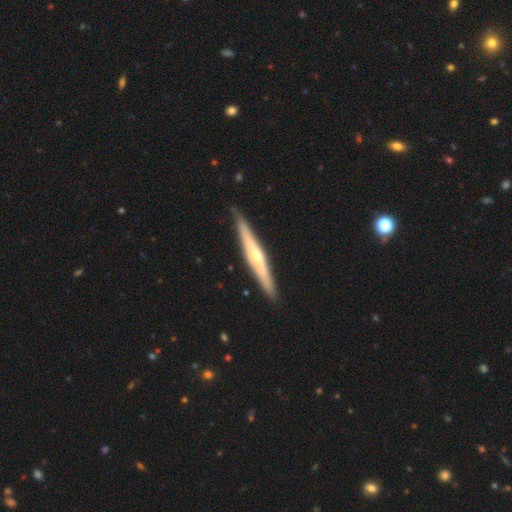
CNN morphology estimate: Smooth or featured? Predicted: featured or disk (p=0.66). Edge-on disk? Predicted: yes (p=0.95). Edge-on bulge? Predicted: rounded (p=0.77). Merging? Predicted: none (p=0.89).